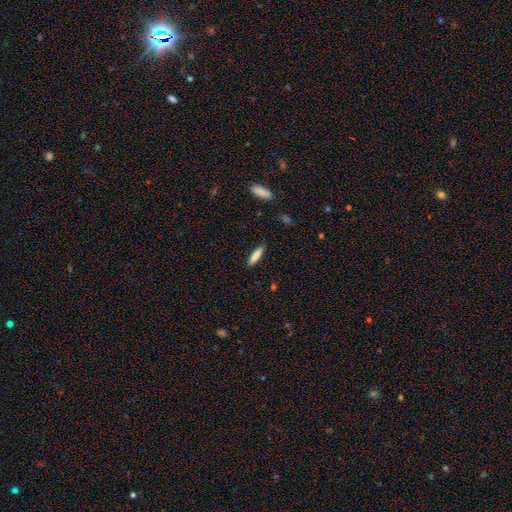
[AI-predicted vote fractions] Smooth or featured? Predicted: smooth (p=0.78). How rounded? Predicted: cigar-shaped (p=0.74). Merging? Predicted: none (p=0.81).